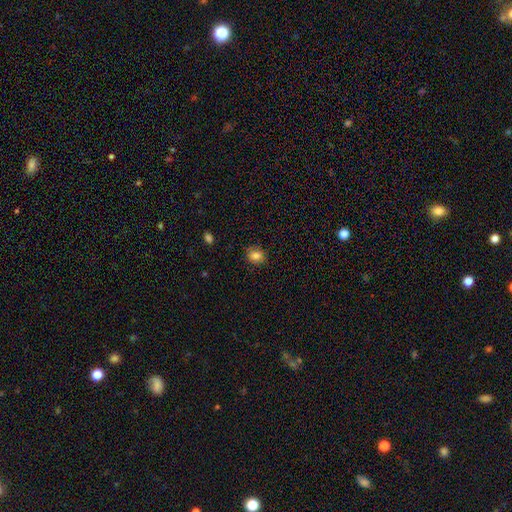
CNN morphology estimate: A smooth galaxy with no disk features (84%) that is round (61%).

Vote fractions:
- Smooth or featured? smooth: 84% / star or artifact: 11% / featured or disk: 5%
- How rounded? round: 61% / in between: 38% / cigar-shaped: 1%
- Merging? none: 83% / minor disturbance: 12% / major disturbance: 3% / merger: 1%